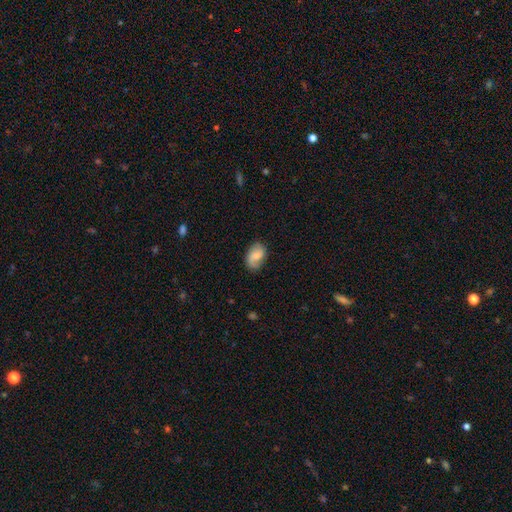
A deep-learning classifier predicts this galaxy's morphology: Q: Smooth or featured?
A: smooth (51%); runner-up: featured or disk (42%)
Q: How rounded?
A: in between (82%); runner-up: round (17%)
Q: Merging?
A: none (68%); runner-up: minor disturbance (23%)